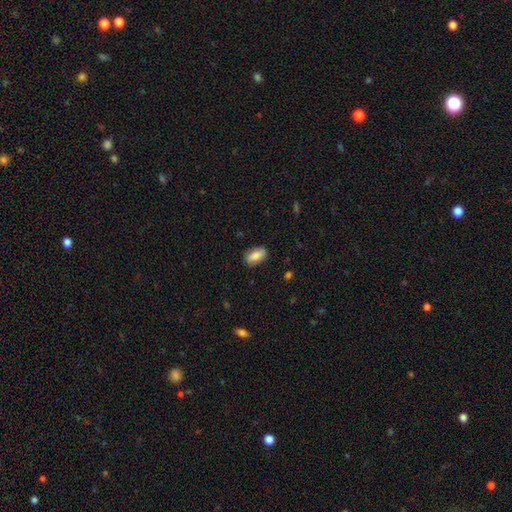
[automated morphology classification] type=smooth (84%); roundness=in between (91%); merging=none (84%).